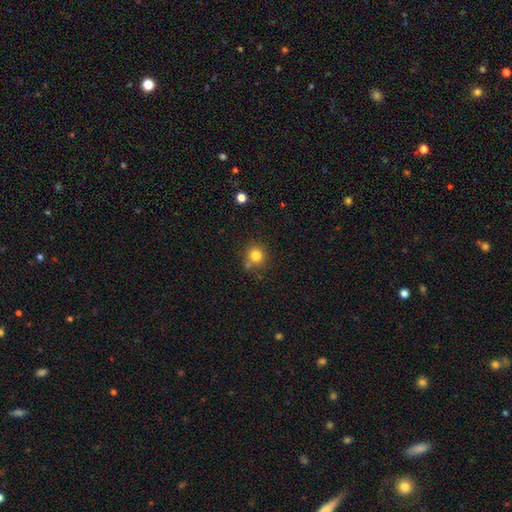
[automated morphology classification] Q: Smooth or featured?
A: smooth (81%); runner-up: star or artifact (12%)
Q: How rounded?
A: round (91%); runner-up: in between (8%)
Q: Merging?
A: none (74%); runner-up: merger (13%)